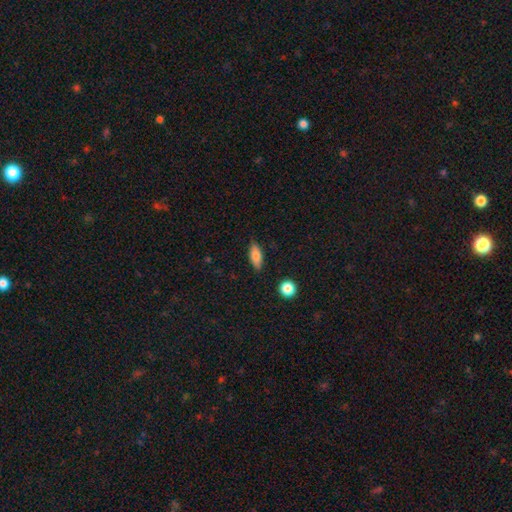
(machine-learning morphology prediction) Q: Smooth or featured?
A: smooth (77%); runner-up: featured or disk (15%)
Q: How rounded?
A: in between (76%); runner-up: cigar-shaped (21%)
Q: Merging?
A: none (84%); runner-up: minor disturbance (12%)